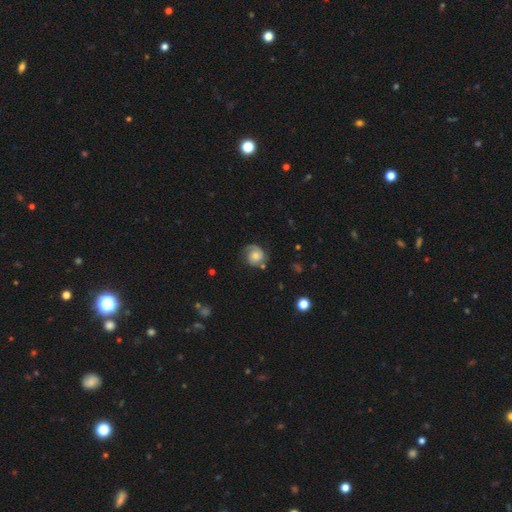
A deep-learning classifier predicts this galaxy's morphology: A featured or disk galaxy (62%) with no bar (74%), 2 (52%) tight (50%) spiral arms (91%) and a moderate central bulge (48%). Merging: none (67%).